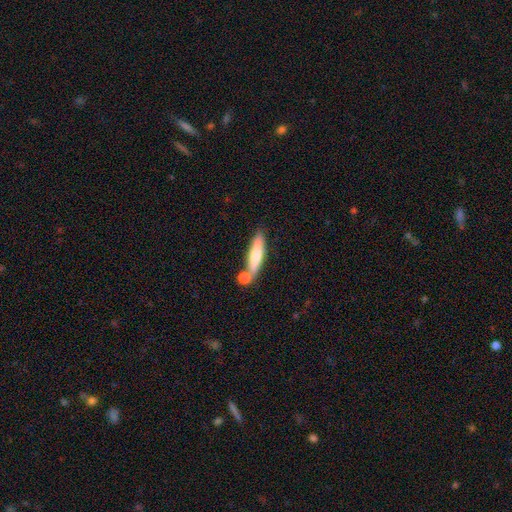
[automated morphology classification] smooth-or-featured: smooth: 67% | featured or disk: 27% | star or artifact: 6%
  how-rounded: cigar-shaped: 77% | in between: 21% | round: 2%
  merging: none: 61% | merger: 23% | minor disturbance: 13% | major disturbance: 4%